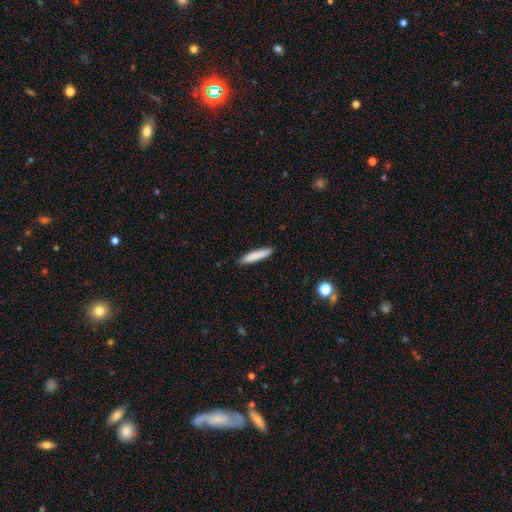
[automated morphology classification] Smooth or featured? Predicted: smooth (p=0.84). How rounded? Predicted: cigar-shaped (p=0.89). Merging? Predicted: none (p=0.88).